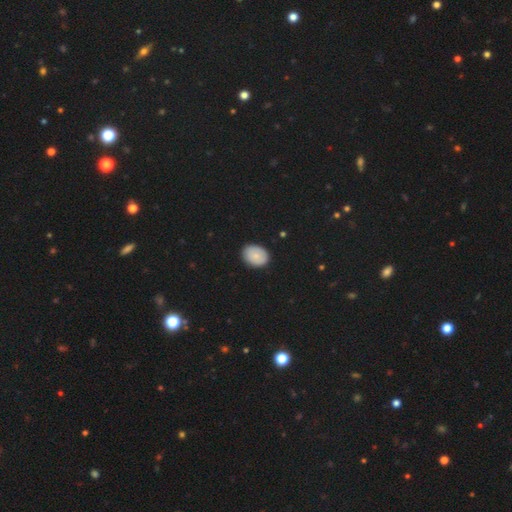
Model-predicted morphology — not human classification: The model was most divided on "how rounded": in between: 69%, round: 30%, cigar-shaped: 1%. More confident: merging — none (88%); smooth or featured — smooth (83%).